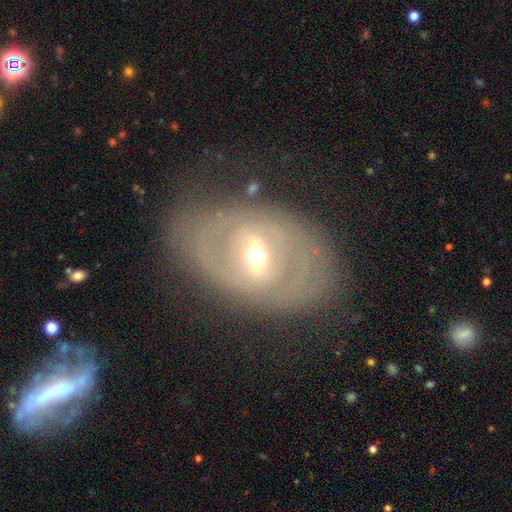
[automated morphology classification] smooth_or_featured: featured or disk (p=0.74) [alt: smooth p=0.19]
disk_edge_on: no (p=0.92) [alt: yes p=0.08]
bar: weak (p=0.46) [alt: strong p=0.35]
has_spiral_arms: yes (p=0.50) [tied with: no p=0.50]
bulge_size: moderate (p=0.60) [alt: small p=0.34]
merging: none (p=0.73) [alt: minor disturbance p=0.16]